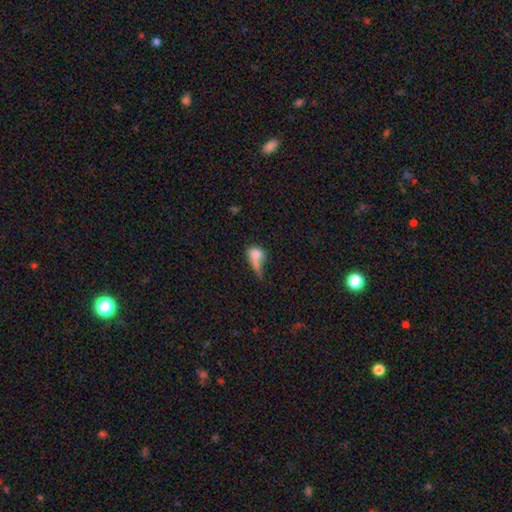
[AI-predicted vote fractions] Smooth or featured? smooth (70%)
How rounded? in between (56%)
Merging? major disturbance (35%)